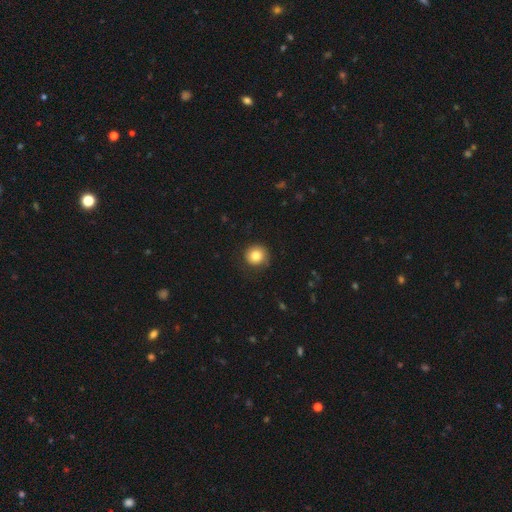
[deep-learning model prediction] smooth-or-featured: smooth: 83% | star or artifact: 9% | featured or disk: 8%
  how-rounded: round: 91% | in between: 8% | cigar-shaped: 1%
  merging: none: 81% | minor disturbance: 13% | major disturbance: 4% | merger: 1%